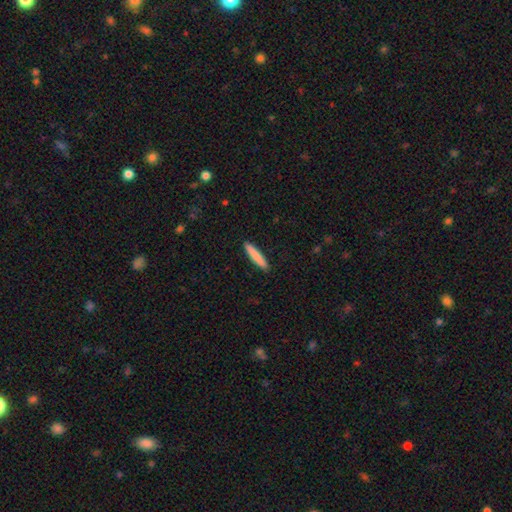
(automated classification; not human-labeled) smooth-or-featured: smooth: 83% | featured or disk: 11% | star or artifact: 6%
  how-rounded: cigar-shaped: 90% | in between: 9% | round: 1%
  merging: none: 91% | minor disturbance: 7% | major disturbance: 1% | merger: 1%